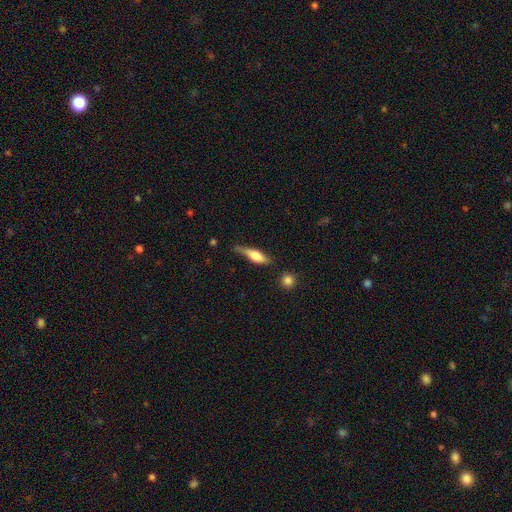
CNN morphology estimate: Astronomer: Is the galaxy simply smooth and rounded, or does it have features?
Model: smooth — 56% (runner-up: featured or disk, 37%).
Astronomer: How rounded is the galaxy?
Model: cigar-shaped — 57% (runner-up: in between, 40%).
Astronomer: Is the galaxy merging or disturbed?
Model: none — 50% (runner-up: minor disturbance, 34%).